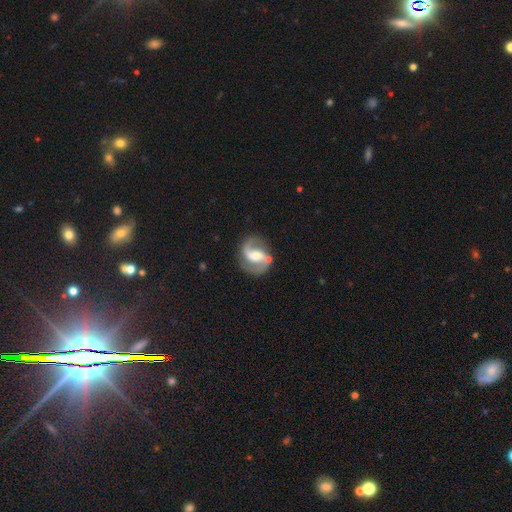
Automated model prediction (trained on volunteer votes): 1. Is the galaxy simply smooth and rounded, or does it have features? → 86% featured or disk, 9% smooth, 5% star or artifact.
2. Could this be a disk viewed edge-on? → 98% no, 2% yes.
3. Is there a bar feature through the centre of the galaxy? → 46% weak, 31% strong, 23% no.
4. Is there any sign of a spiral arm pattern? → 95% yes, 5% no.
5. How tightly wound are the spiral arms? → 56% medium, 27% loose, 18% tight.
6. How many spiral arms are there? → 90% 2, 4% 1, 3% can't tell, 1% 3, 1% 4, 1% more than 4.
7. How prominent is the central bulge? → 57% moderate, 23% small, 15% large, 4% none, 2% dominant.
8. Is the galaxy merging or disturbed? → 76% none, 14% minor disturbance, 6% major disturbance, 4% merger.